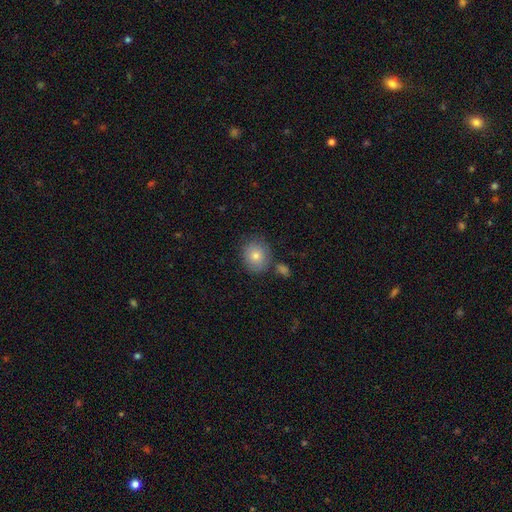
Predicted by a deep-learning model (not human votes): smooth-or-featured: smooth: 79% | featured or disk: 11% | star or artifact: 10%
  how-rounded: round: 70% | in between: 29% | cigar-shaped: 1%
  merging: none: 77% | minor disturbance: 12% | merger: 8% | major disturbance: 3%